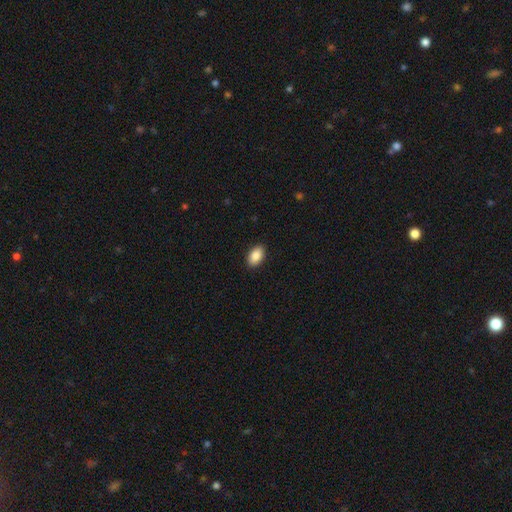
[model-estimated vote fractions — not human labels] smooth-or-featured: smooth: 87% | star or artifact: 7% | featured or disk: 6%
  how-rounded: in between: 92% | round: 6% | cigar-shaped: 2%
  merging: none: 90% | minor disturbance: 7% | major disturbance: 2% | merger: 1%